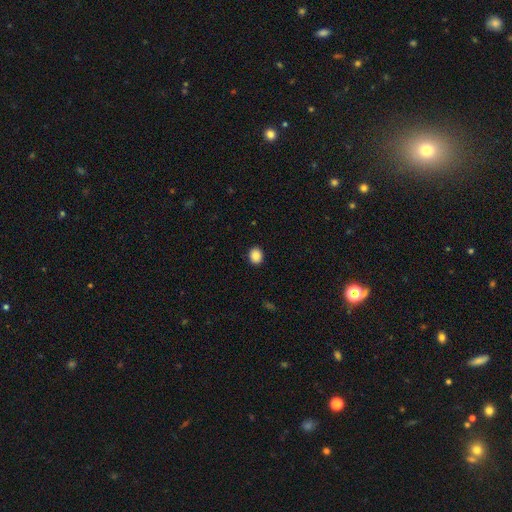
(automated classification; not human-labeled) The model was most divided on "how rounded": round: 65%, in between: 34%, cigar-shaped: 1%. More confident: merging — none (91%); smooth or featured — smooth (88%).